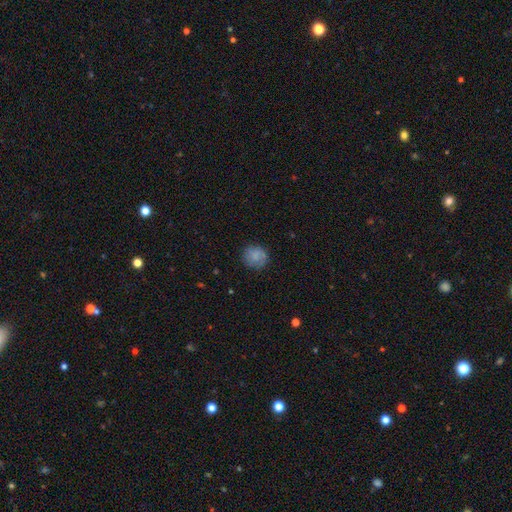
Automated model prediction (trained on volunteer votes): smooth 76%, featured or disk 15%, star or artifact 9%. Down the decision tree: how rounded — round (87%); merging — none (79%).